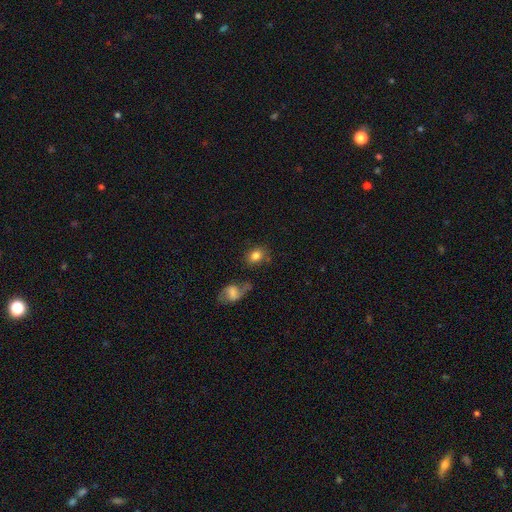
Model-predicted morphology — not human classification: smooth-or-featured: smooth: 80% | featured or disk: 11% | star or artifact: 9%
  how-rounded: in between: 53% | round: 45% | cigar-shaped: 1%
  merging: none: 69% | minor disturbance: 15% | merger: 10% | major disturbance: 6%